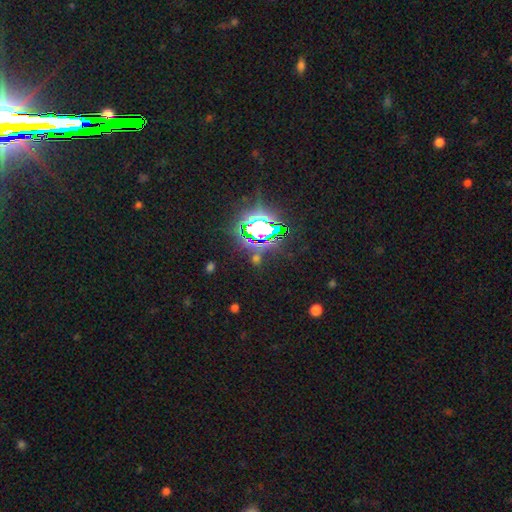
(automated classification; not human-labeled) A star or artifact, not a galaxy (79%).

Vote fractions:
- Smooth or featured? star or artifact: 79% / smooth: 12% / featured or disk: 8%